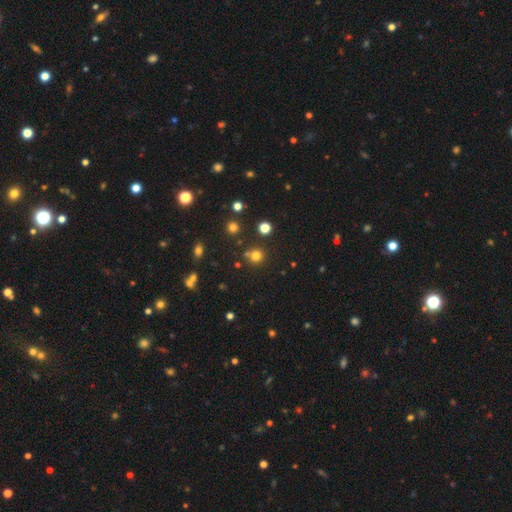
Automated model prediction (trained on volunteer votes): Smooth or featured? Predicted: smooth (p=0.73). How rounded? Predicted: round (p=0.91). Merging? Predicted: none (p=0.75).